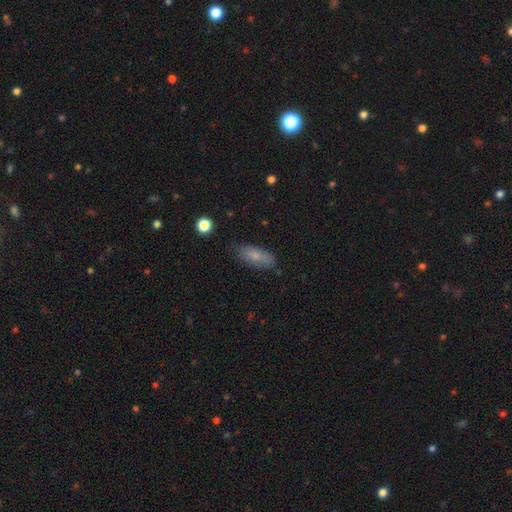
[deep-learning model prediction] Q: Smooth or featured?
A: smooth (79%); runner-up: featured or disk (14%)
Q: How rounded?
A: in between (79%); runner-up: cigar-shaped (19%)
Q: Merging?
A: none (77%); runner-up: minor disturbance (18%)